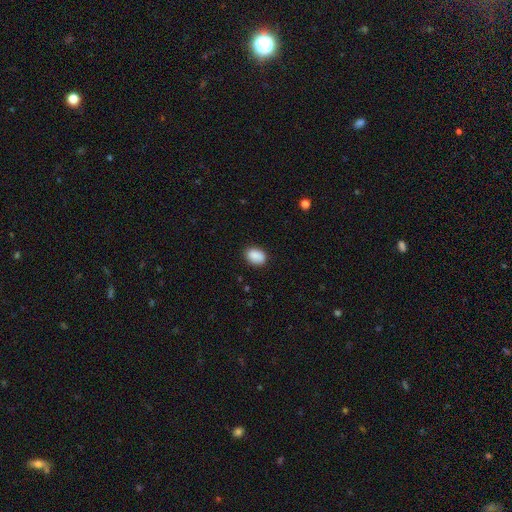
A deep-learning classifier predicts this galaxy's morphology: This appears to be a smooth galaxy with no disk features (88%) that is in between round and cigar-shaped (75%). Merging: none (83%).